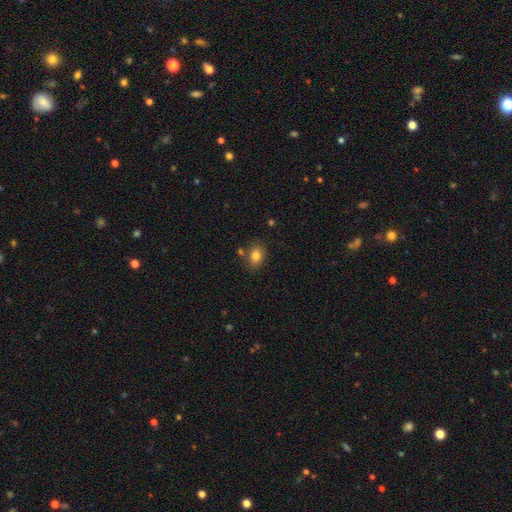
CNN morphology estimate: type=smooth (82%); roundness=in between (66%); merging=none (78%).